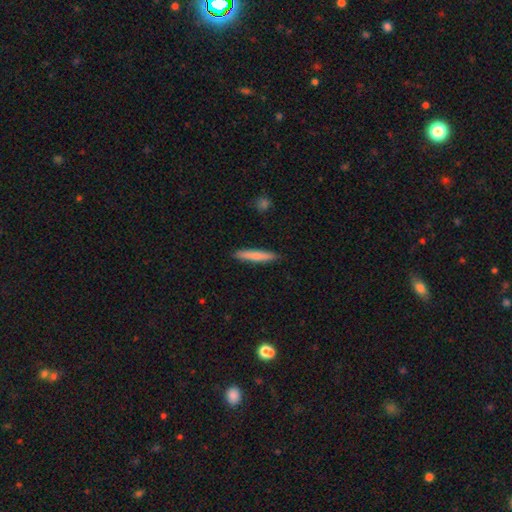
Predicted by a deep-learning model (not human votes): Smooth or featured?
  - smooth: 74% *
  - featured or disk: 20%
  - star or artifact: 5%
How rounded?
  - cigar-shaped: 93% *
  - in between: 6%
  - round: 1%
Merging?
  - none: 89% *
  - minor disturbance: 8%
  - major disturbance: 2%
  - merger: 1%